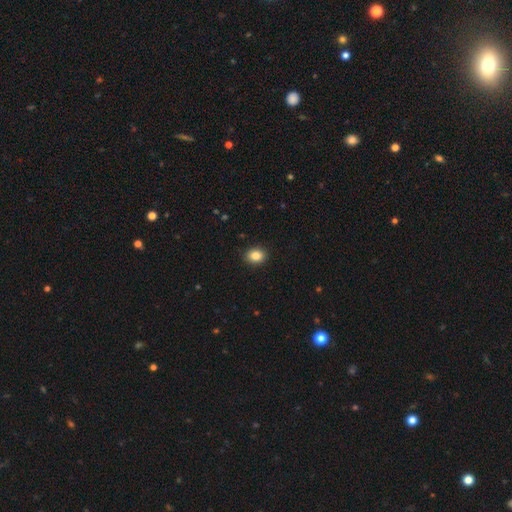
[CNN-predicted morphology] smooth_or_featured: smooth (p=0.86) [alt: star or artifact p=0.09]
how_rounded: round (p=0.50) [alt: in between p=0.49]
merging: none (p=0.91) [alt: minor disturbance p=0.06]